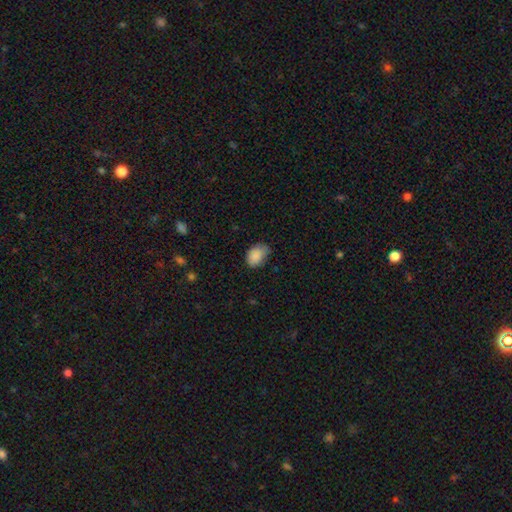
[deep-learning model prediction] Smooth or featured: smooth — 87% (star or artifact — 8%)
How rounded: in between — 82% (round — 17%)
Merging: none — 57% (minor disturbance — 35%)